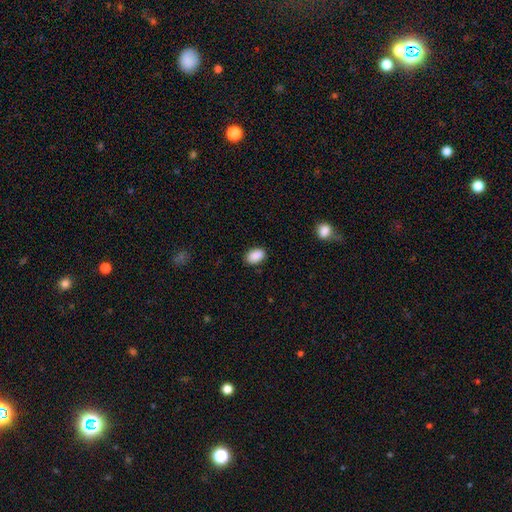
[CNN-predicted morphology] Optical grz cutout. It shows a smooth galaxy with no disk features (90%) that is in between round and cigar-shaped (88%). Merging: none (87%).